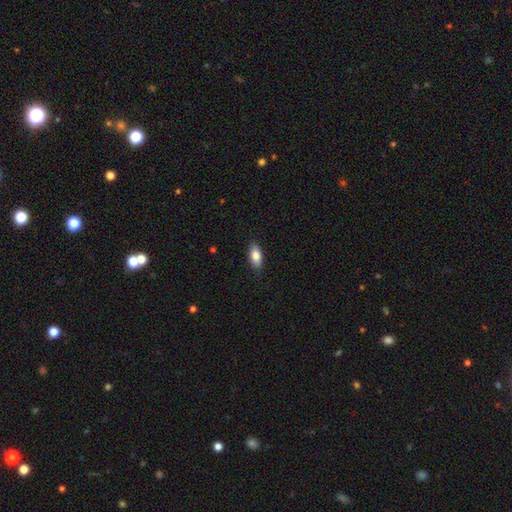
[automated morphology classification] smooth-or-featured: smooth: 81% | featured or disk: 12% | star or artifact: 6%
  how-rounded: in between: 86% | cigar-shaped: 11% | round: 3%
  merging: none: 87% | minor disturbance: 10% | major disturbance: 2% | merger: 1%